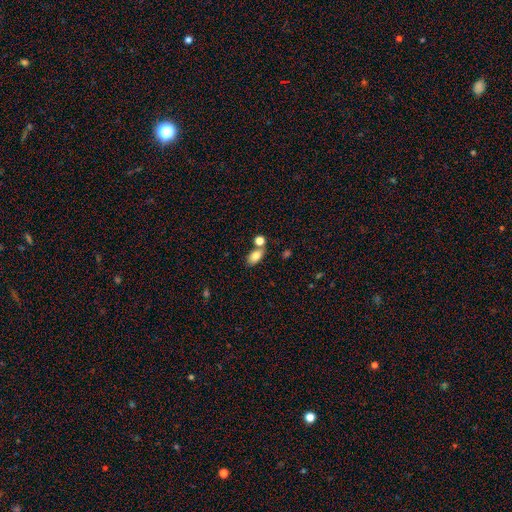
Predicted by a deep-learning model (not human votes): smooth-or-featured: smooth: 82% | featured or disk: 9% | star or artifact: 9%
  how-rounded: in between: 88% | round: 9% | cigar-shaped: 3%
  merging: none: 61% | merger: 24% | minor disturbance: 11% | major disturbance: 4%